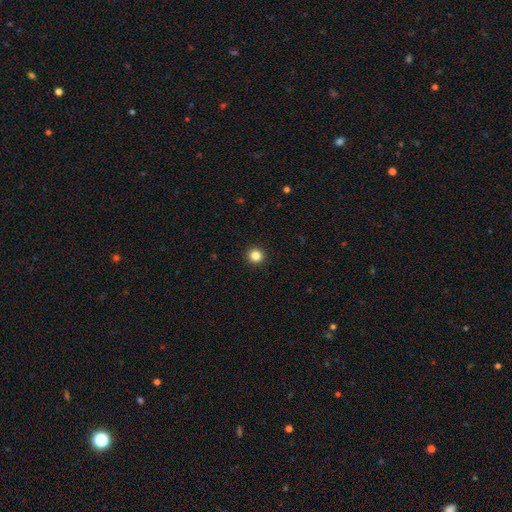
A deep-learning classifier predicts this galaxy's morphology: smooth_or_featured: smooth (p=0.84) [alt: star or artifact p=0.12]
how_rounded: round (p=0.94) [alt: in between p=0.05]
merging: none (p=0.94) [alt: minor disturbance p=0.04]